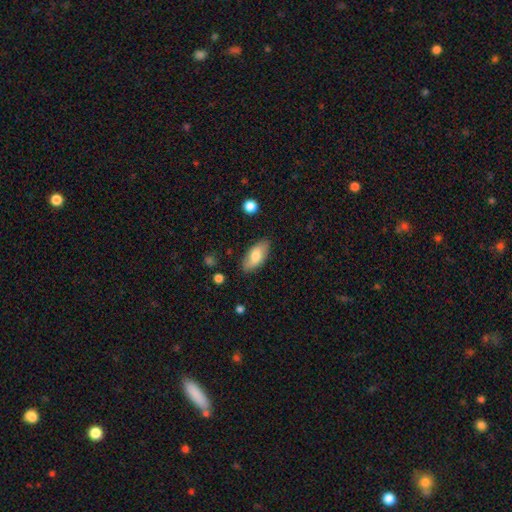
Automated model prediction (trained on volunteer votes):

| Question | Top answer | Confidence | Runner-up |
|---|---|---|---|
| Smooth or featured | smooth | 73% | featured or disk (20%) |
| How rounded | in between | 90% | cigar-shaped (7%) |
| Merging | none | 84% | minor disturbance (12%) |